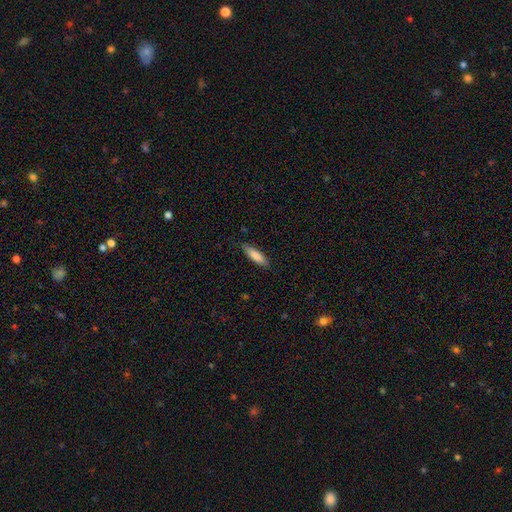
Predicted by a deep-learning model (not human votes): Q: Smooth or featured?
A: smooth (81%); runner-up: featured or disk (13%)
Q: How rounded?
A: cigar-shaped (60%); runner-up: in between (38%)
Q: Merging?
A: none (83%); runner-up: minor disturbance (14%)